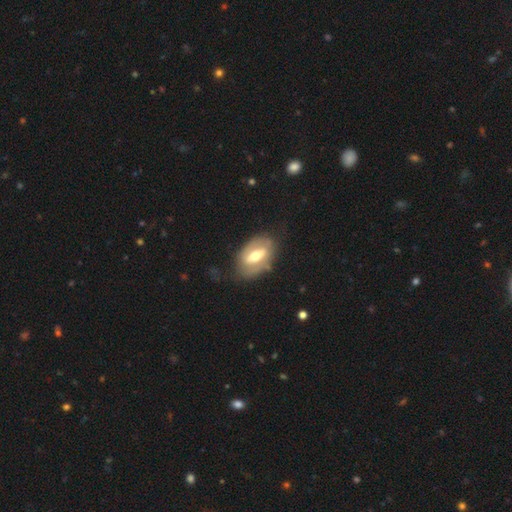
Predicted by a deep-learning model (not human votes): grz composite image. It shows a featured or disk galaxy (62%) with a strong bar (53%), no spiral arms (56%) and a moderate central bulge (68%). Merging: none (67%).